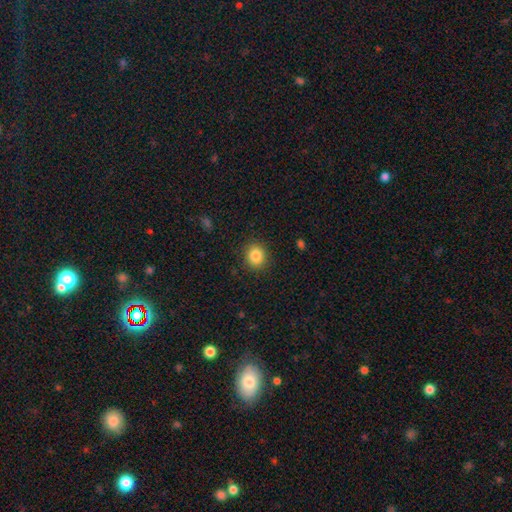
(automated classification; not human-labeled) Morphology: type=smooth (84%); roundness=round (80%); merging=none (88%).